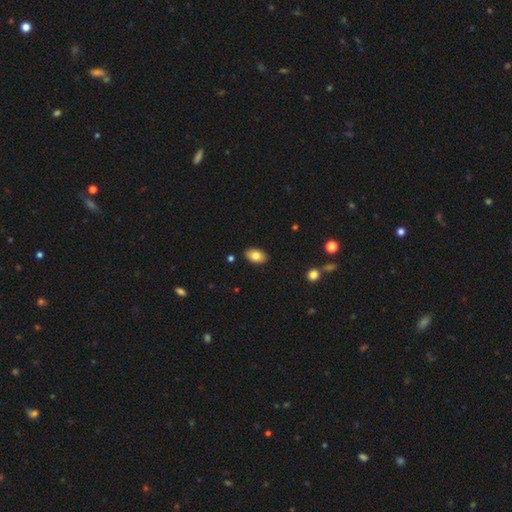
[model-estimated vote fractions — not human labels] Overall: smooth (81%). How rounded: in between (92%). Merging: none (88%).